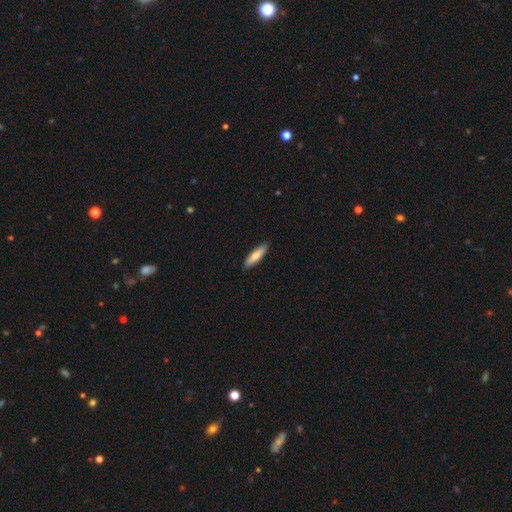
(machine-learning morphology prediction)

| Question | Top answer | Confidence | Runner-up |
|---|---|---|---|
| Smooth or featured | smooth | 70% | featured or disk (24%) |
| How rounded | cigar-shaped | 68% | in between (30%) |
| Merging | none | 89% | minor disturbance (8%) |